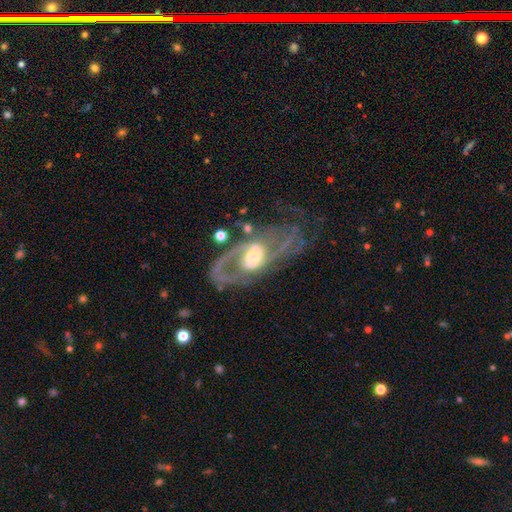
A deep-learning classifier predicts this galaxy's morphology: A featured or disk galaxy (89%) with no bar (42%, tied with weak), 2 (66%) medium (52%) spiral arms (95%) and a moderate central bulge (60%).

Vote fractions:
- Smooth or featured? featured or disk: 89% / smooth: 6% / star or artifact: 5%
- Edge-on disk? no: 96% / yes: 4%
- Bar? no: 42% (tied) / weak: 42% (tied) / strong: 16%
- Spiral arms? yes: 95% / no: 5%
- Spiral winding? medium: 52% / tight: 25% / loose: 23%
- Spiral arm count? 2: 66% / can't tell: 11% / 1: 10% / 3: 8% / 4: 3% / more than 4: 3%
- Bulge size? moderate: 60% / small: 19% / large: 17% / none: 2% / dominant: 2%
- Merging? none: 53% / major disturbance: 23% / minor disturbance: 19% / merger: 4%